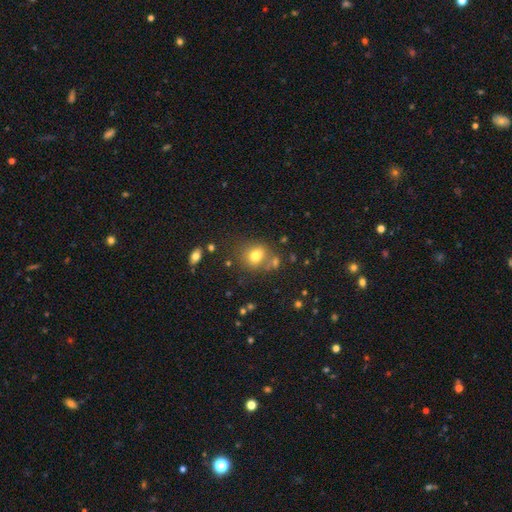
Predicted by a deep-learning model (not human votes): Q: Smooth or featured?
A: smooth (76%); runner-up: star or artifact (13%)
Q: How rounded?
A: round (60%); runner-up: in between (39%)
Q: Merging?
A: none (64%); runner-up: merger (15%)